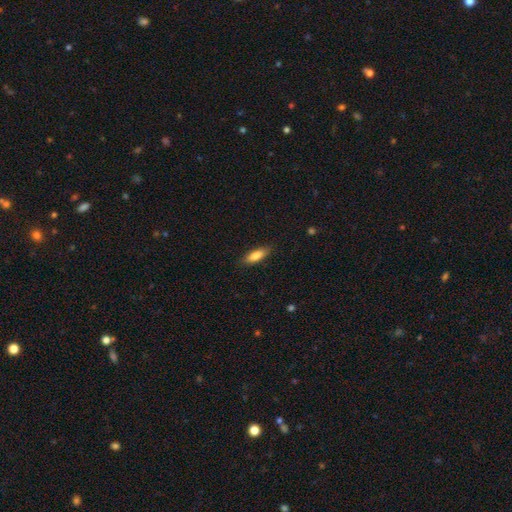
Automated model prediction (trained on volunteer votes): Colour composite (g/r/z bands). It shows a smooth galaxy with no disk features (80%) that is in between round and cigar-shaped (63%). Merging: none (85%).